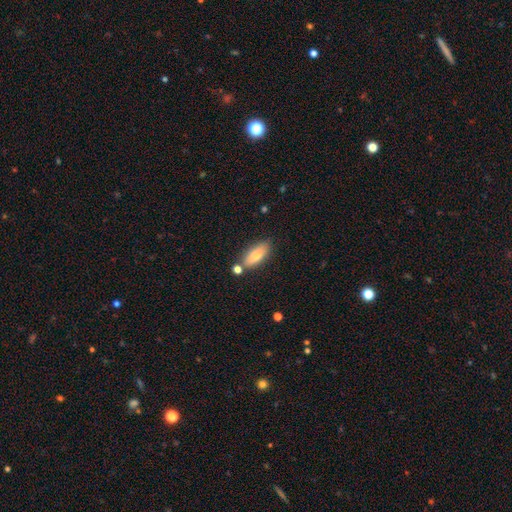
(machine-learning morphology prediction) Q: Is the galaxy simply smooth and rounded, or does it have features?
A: smooth — 78%.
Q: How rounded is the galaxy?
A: in between — 77%.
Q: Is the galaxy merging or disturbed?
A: none — 73%.